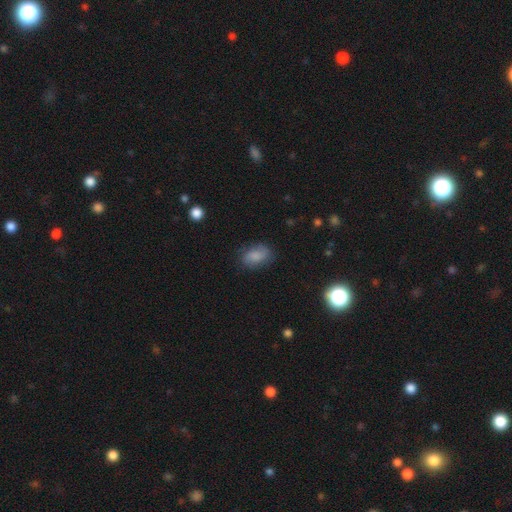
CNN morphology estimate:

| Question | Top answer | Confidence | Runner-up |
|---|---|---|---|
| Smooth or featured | smooth | 76% | featured or disk (15%) |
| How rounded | in between | 87% | round (11%) |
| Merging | none | 74% | minor disturbance (19%) |